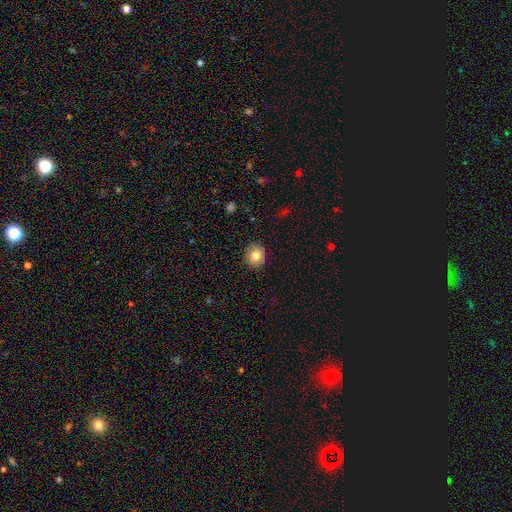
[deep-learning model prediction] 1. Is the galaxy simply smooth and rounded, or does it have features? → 82% smooth, 9% featured or disk, 9% star or artifact.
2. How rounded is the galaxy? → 77% round, 22% in between, 1% cigar-shaped.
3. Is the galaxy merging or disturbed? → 90% none, 8% minor disturbance, 2% major disturbance, 1% merger.